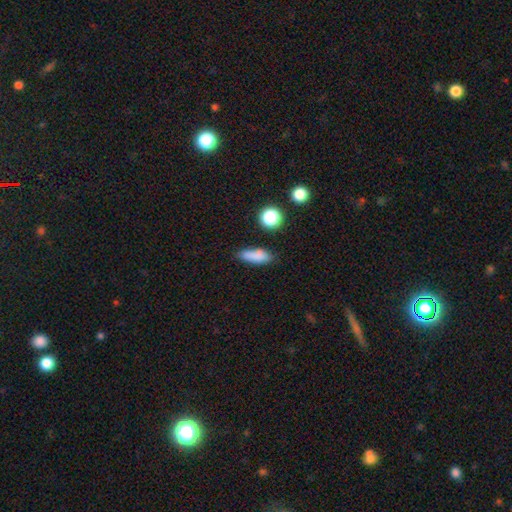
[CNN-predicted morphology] A smooth galaxy with no disk features (81%) that is in between round and cigar-shaped (54%).

Vote fractions:
- Smooth or featured? smooth: 81% / star or artifact: 11% / featured or disk: 9%
- How rounded? in between: 54% / cigar-shaped: 40% / round: 6%
- Merging? none: 71% / minor disturbance: 20% / major disturbance: 5% / merger: 5%